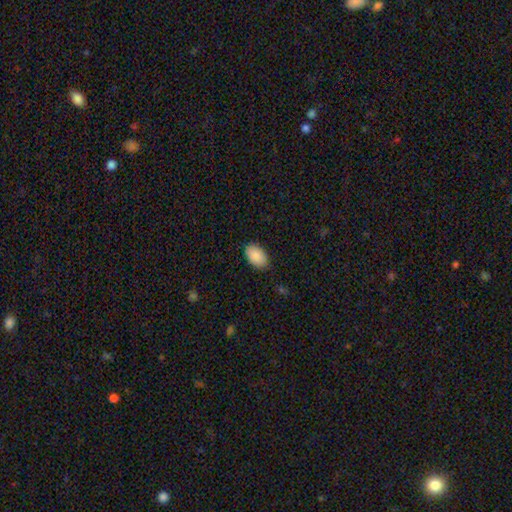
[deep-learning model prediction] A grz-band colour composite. It shows a smooth galaxy with no disk features (90%) that is in between round and cigar-shaped (92%). Merging: none (86%).